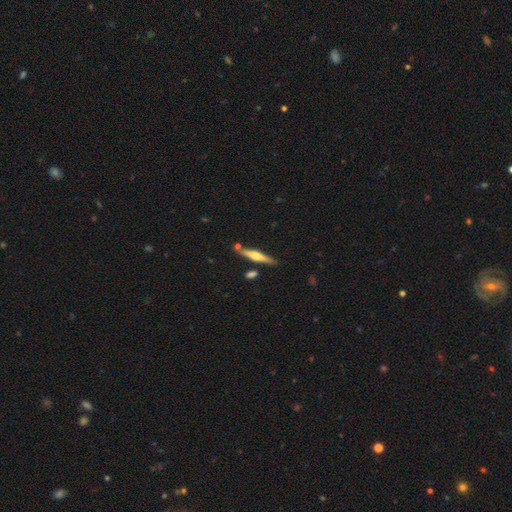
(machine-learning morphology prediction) Q: Smooth or featured?
A: featured or disk (57%); runner-up: smooth (37%)
Q: Edge-on disk?
A: yes (96%); runner-up: no (4%)
Q: Edge-on bulge?
A: rounded (82%); runner-up: boxy (11%)
Q: Merging?
A: none (81%); runner-up: minor disturbance (11%)